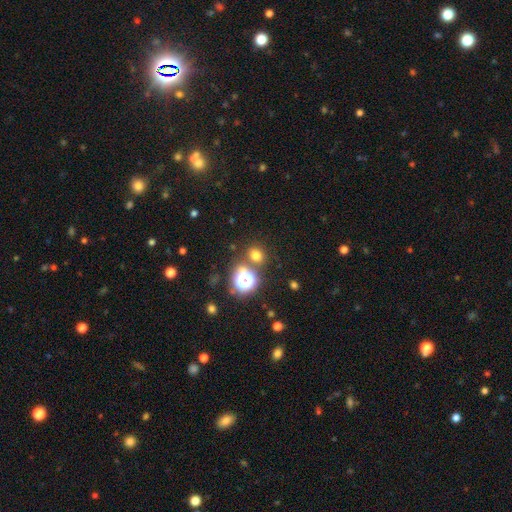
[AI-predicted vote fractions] This is likely a smooth galaxy (68%). How rounded: likely round (79%). Merging: likely none (78%).